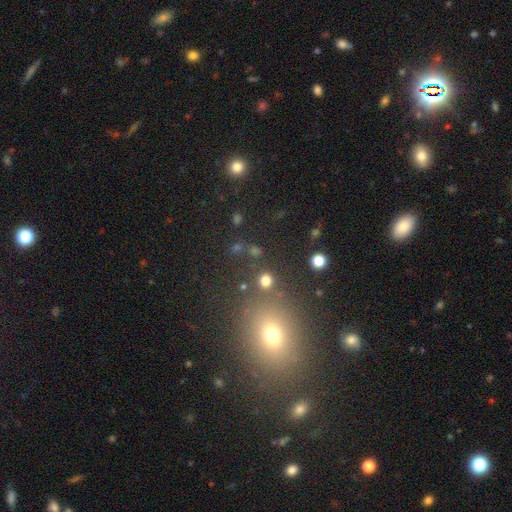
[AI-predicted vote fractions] smooth_or_featured: smooth (p=0.55) [alt: star or artifact p=0.34]
how_rounded: in between (p=0.51) [alt: round p=0.47]
merging: none (p=0.83) [alt: minor disturbance p=0.09]